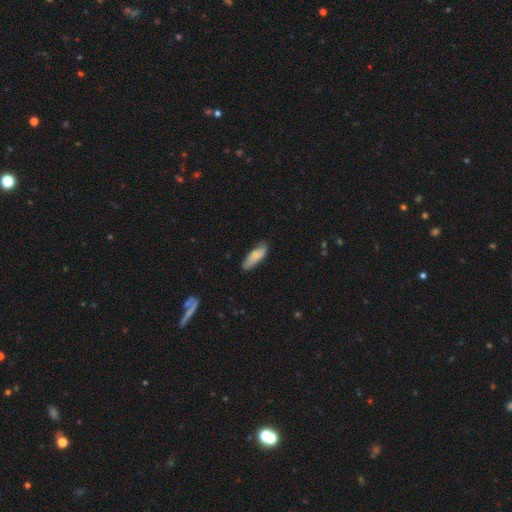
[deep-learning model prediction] Morphology: type=smooth (79%); roundness=in between (54%); merging=none (80%).